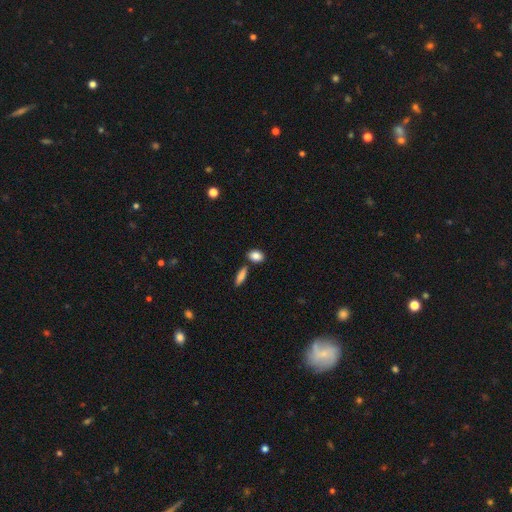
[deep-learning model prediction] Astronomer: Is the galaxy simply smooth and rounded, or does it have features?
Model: smooth — 87%.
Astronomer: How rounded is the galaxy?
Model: in between — 78%.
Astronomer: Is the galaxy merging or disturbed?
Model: none — 73%.